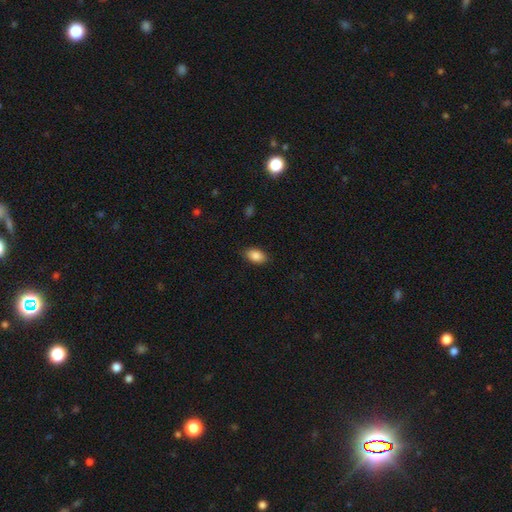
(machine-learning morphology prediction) type=smooth (87%); roundness=in between (90%); merging=none (86%).